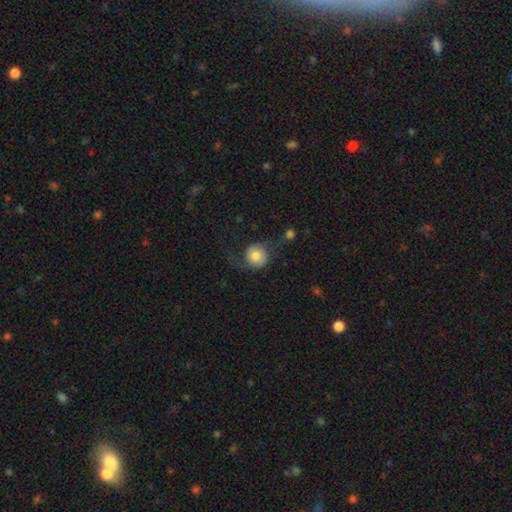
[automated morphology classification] smooth_or_featured: smooth (p=0.54) [alt: featured or disk p=0.38]
how_rounded: round (p=0.86) [alt: in between p=0.12]
merging: none (p=0.50) [alt: major disturbance p=0.24]